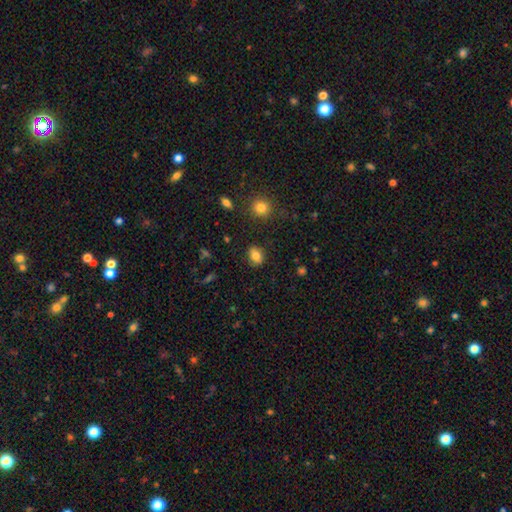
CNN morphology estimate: This is clearly a smooth galaxy (81%). How rounded: likely in between (61%). Merging: clearly none (85%).